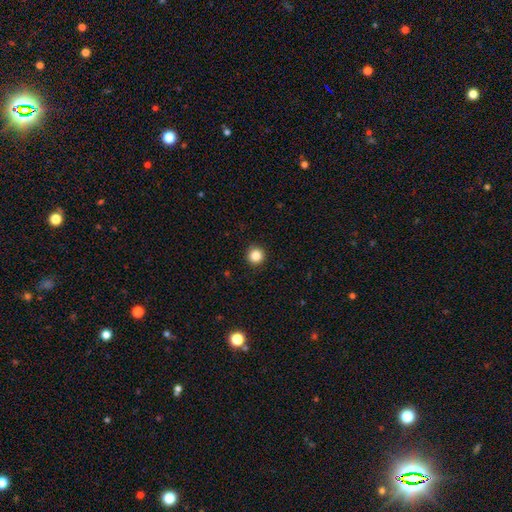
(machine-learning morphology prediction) Smooth or featured: smooth — 87% (star or artifact — 10%)
How rounded: round — 95% (in between — 4%)
Merging: none — 92% (minor disturbance — 5%)